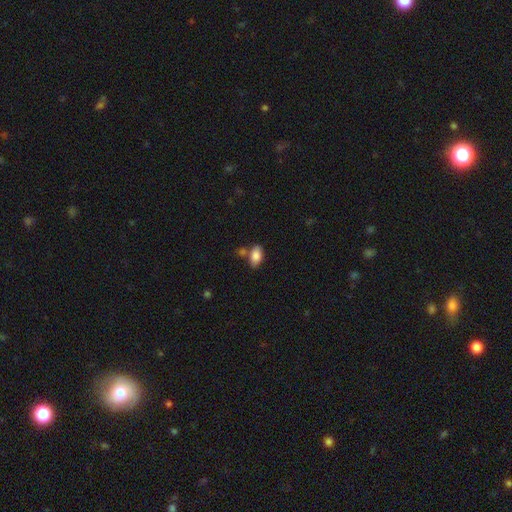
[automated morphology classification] Q: Smooth or featured?
A: smooth (85%); runner-up: featured or disk (8%)
Q: How rounded?
A: in between (91%); runner-up: round (6%)
Q: Merging?
A: none (63%); runner-up: merger (17%)